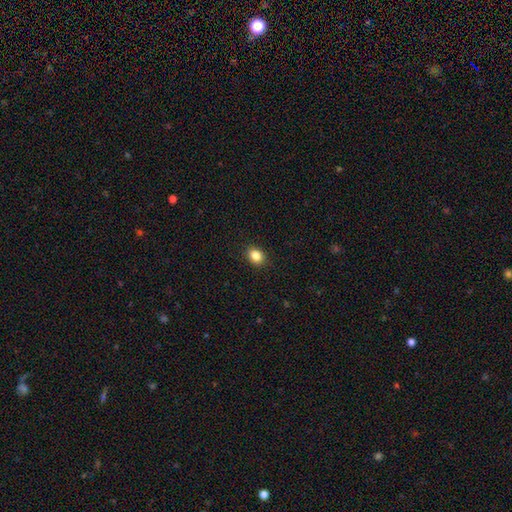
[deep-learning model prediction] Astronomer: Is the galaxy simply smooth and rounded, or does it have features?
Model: smooth — 86%.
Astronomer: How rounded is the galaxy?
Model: in between — 54% (runner-up: round, 45%).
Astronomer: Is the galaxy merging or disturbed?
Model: none — 91%.